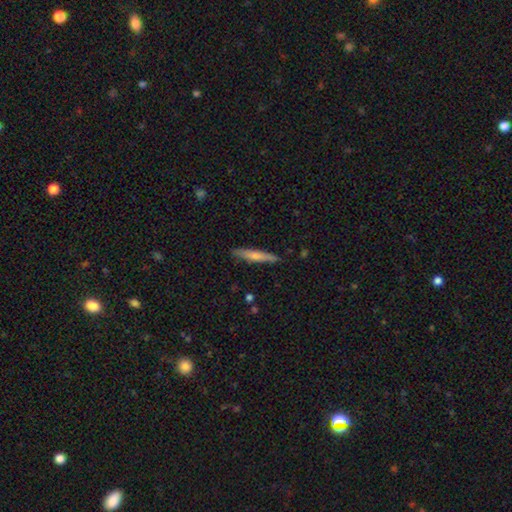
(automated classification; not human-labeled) A smooth galaxy with no disk features (61%) that is cigar-shaped (92%). Merging: none (89%).